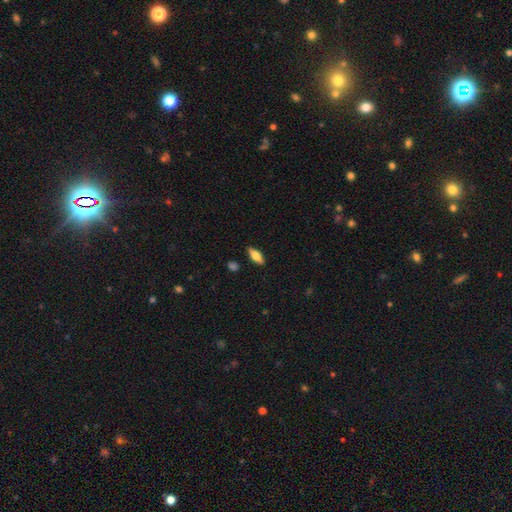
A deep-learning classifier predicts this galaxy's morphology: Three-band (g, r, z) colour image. It shows a smooth galaxy with no disk features (61%) that is in between round and cigar-shaped (72%). Merging: none (87%).